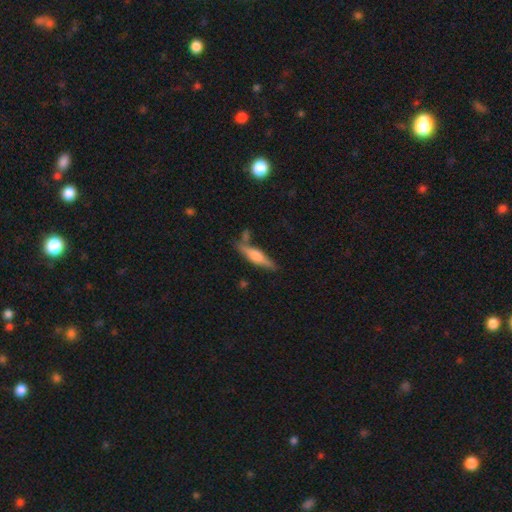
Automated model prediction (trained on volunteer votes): Morphology: type=featured or disk (51%); edge-on=yes (95%); merging=none (76%).